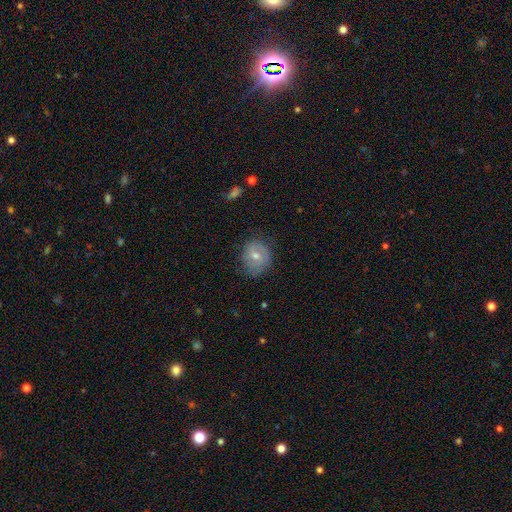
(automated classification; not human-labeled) smooth-or-featured: smooth: 46% | featured or disk: 43% | star or artifact: 11%
  merging: none: 74% | minor disturbance: 19% | major disturbance: 5% | merger: 1%